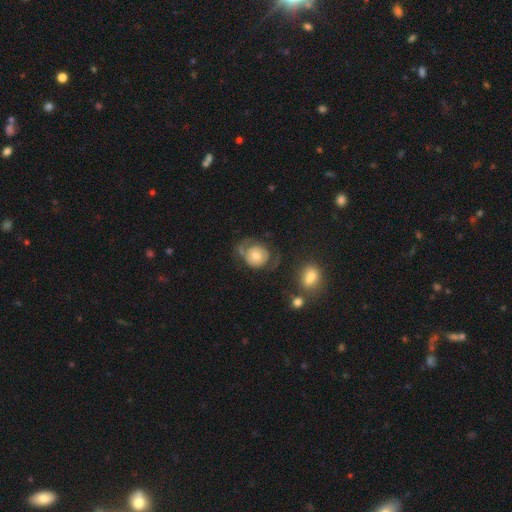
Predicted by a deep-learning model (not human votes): A featured or disk galaxy (49%). Merging: none (44%).